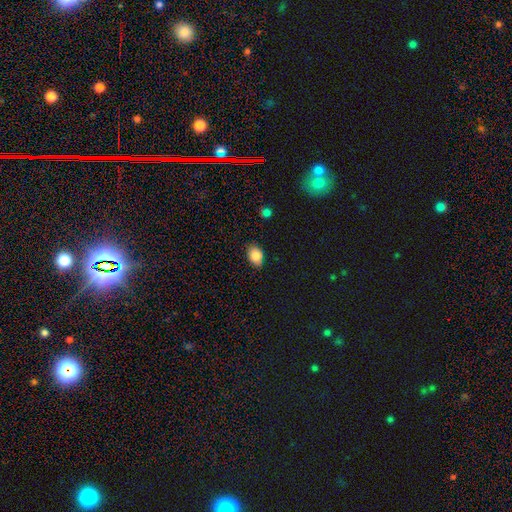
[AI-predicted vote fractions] Smooth or featured?
  - smooth: 85% *
  - star or artifact: 8%
  - featured or disk: 6%
How rounded?
  - in between: 76% *
  - round: 23%
  - cigar-shaped: 1%
Merging?
  - none: 81% *
  - minor disturbance: 16%
  - major disturbance: 2%
  - merger: 1%